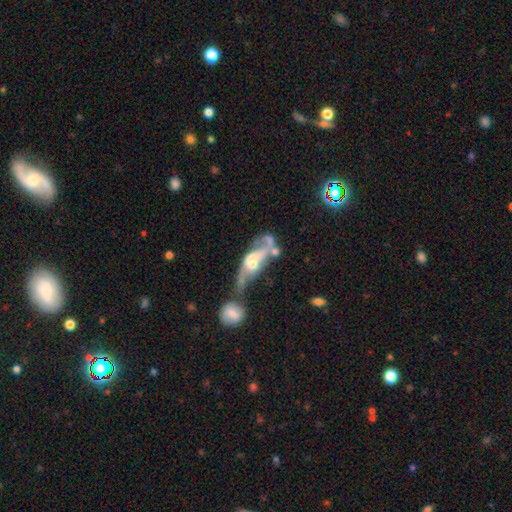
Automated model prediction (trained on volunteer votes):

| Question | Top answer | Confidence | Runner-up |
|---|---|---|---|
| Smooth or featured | featured or disk | 66% | smooth (20%) |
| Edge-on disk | no | 69% | yes (31%) |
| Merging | merger | 45% | none (24%) |